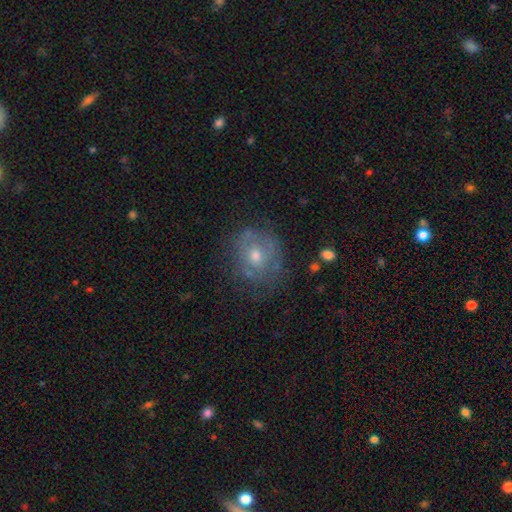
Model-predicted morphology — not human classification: A smooth galaxy with no disk features (47%). Merging: none (60%).